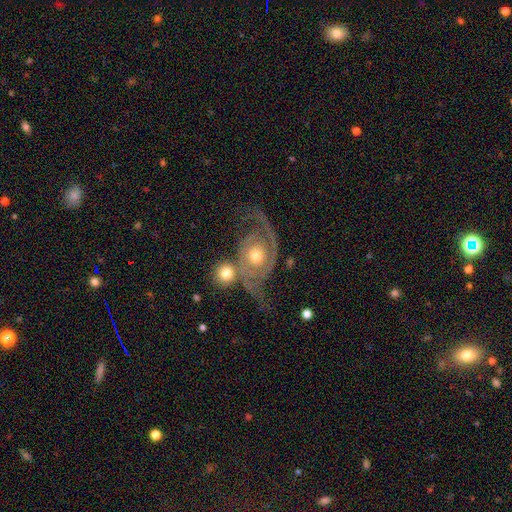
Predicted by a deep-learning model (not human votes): This appears to be a featured or disk galaxy (89%) with no bar (78%), 2 (87%) medium (45%) spiral arms (96%) and a moderate central bulge (65%). Merging: none (46%).